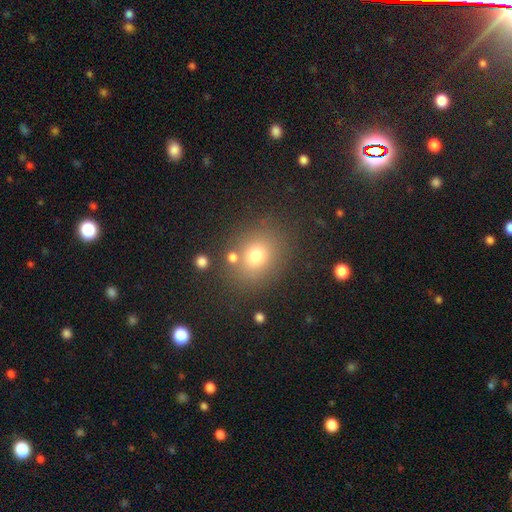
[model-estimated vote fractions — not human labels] A smooth galaxy with no disk features (73%) that is round (61%).

Vote fractions:
- Smooth or featured? smooth: 73% / star or artifact: 17% / featured or disk: 11%
- How rounded? round: 61% / in between: 38% / cigar-shaped: 1%
- Merging? none: 79% / minor disturbance: 10% / merger: 6% / major disturbance: 4%